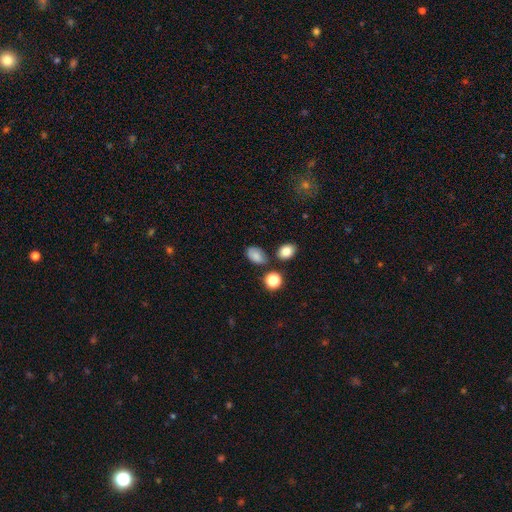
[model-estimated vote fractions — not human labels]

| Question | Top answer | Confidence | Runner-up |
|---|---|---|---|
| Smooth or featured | smooth | 82% | star or artifact (11%) |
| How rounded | in between | 86% | round (13%) |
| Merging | none | 72% | minor disturbance (16%) |